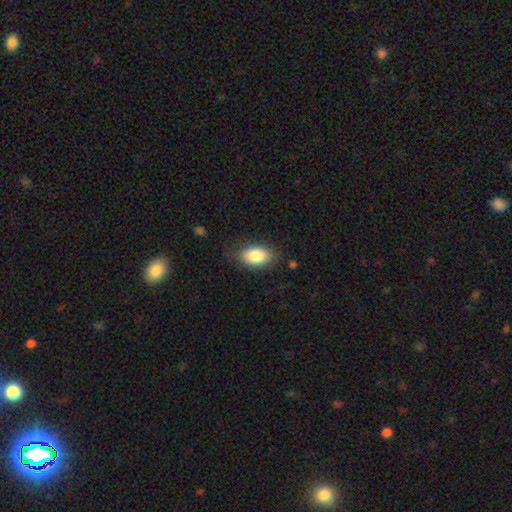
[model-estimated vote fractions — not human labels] The model was most divided on "merging": none: 80%, minor disturbance: 15%, major disturbance: 4%, merger: 1%. More confident: how rounded — in between (91%); smooth or featured — smooth (84%).